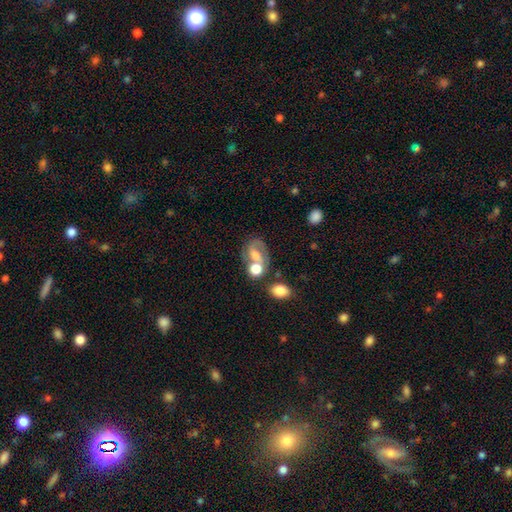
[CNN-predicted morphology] A featured or disk galaxy (47%). Merging: none (36%).